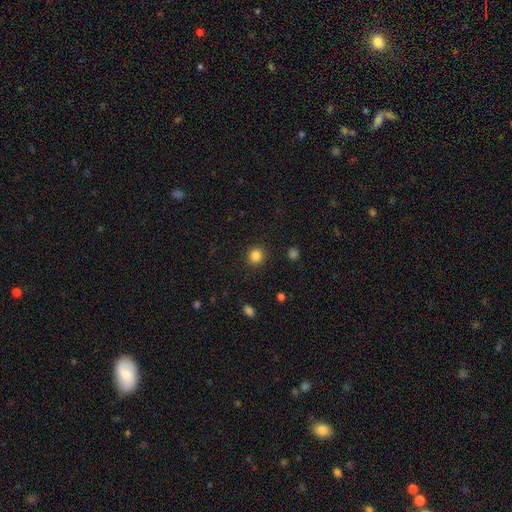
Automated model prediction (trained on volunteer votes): Smooth or featured: smooth — 84% (star or artifact — 12%)
How rounded: round — 90% (in between — 9%)
Merging: none — 91% (minor disturbance — 6%)